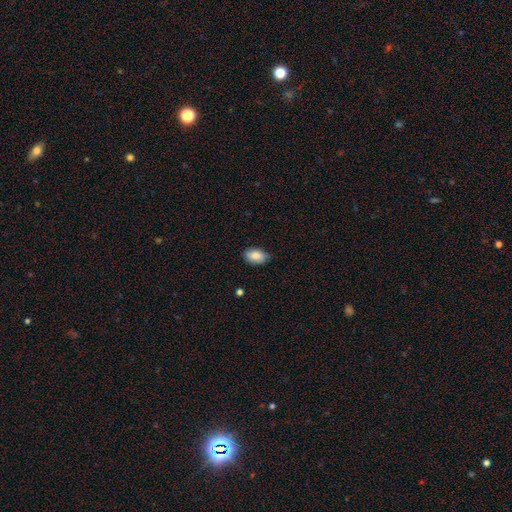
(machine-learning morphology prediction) smooth_or_featured: smooth (p=0.86) [alt: featured or disk p=0.07]
how_rounded: in between (p=0.91) [alt: round p=0.08]
merging: none (p=0.80) [alt: minor disturbance p=0.17]